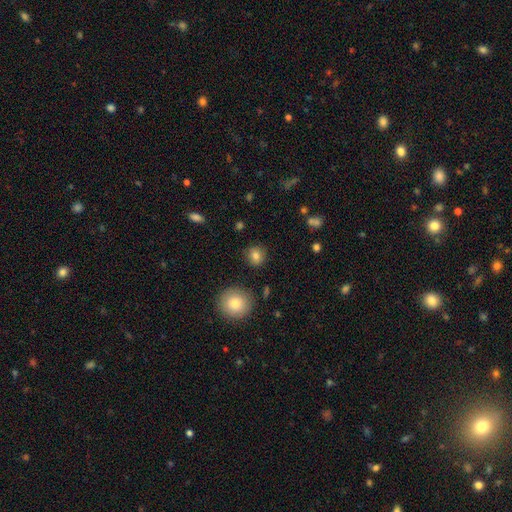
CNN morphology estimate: A smooth galaxy with no disk features (82%) that is round (84%).

Vote fractions:
- Smooth or featured? smooth: 82% / star or artifact: 11% / featured or disk: 7%
- How rounded? round: 84% / in between: 15% / cigar-shaped: 1%
- Merging? none: 87% / minor disturbance: 8% / major disturbance: 3% / merger: 2%